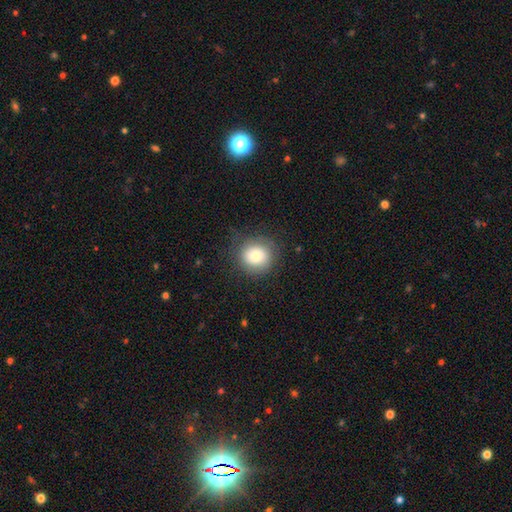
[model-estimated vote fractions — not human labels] Q: Smooth or featured?
A: smooth (79%); runner-up: featured or disk (11%)
Q: How rounded?
A: round (88%); runner-up: in between (11%)
Q: Merging?
A: none (80%); runner-up: minor disturbance (13%)